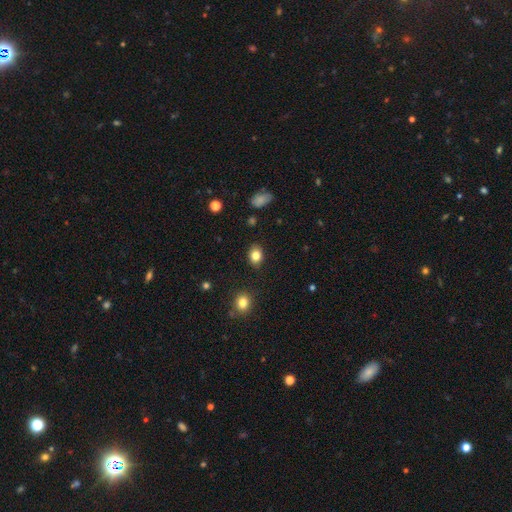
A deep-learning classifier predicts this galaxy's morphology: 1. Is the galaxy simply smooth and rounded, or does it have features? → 84% smooth, 10% star or artifact, 7% featured or disk.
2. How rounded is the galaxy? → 59% in between, 40% round, 1% cigar-shaped.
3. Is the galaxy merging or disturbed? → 87% none, 10% minor disturbance, 2% major disturbance, 1% merger.